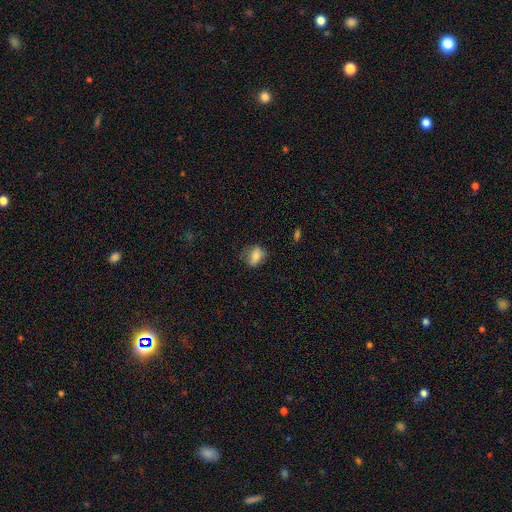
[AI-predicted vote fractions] The model was most divided on "how rounded": in between: 67%, round: 29%, cigar-shaped: 4%. More confident: smooth or featured — smooth (74%); merging — none (68%).